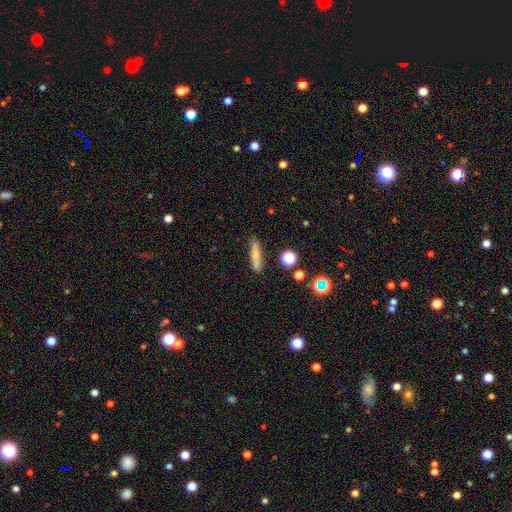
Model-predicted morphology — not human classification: A smooth galaxy with no disk features (68%) that is cigar-shaped (78%).

Vote fractions:
- Smooth or featured? smooth: 68% / featured or disk: 21% / star or artifact: 11%
- How rounded? cigar-shaped: 78% / in between: 19% / round: 4%
- Merging? none: 82% / minor disturbance: 12% / merger: 4% / major disturbance: 3%